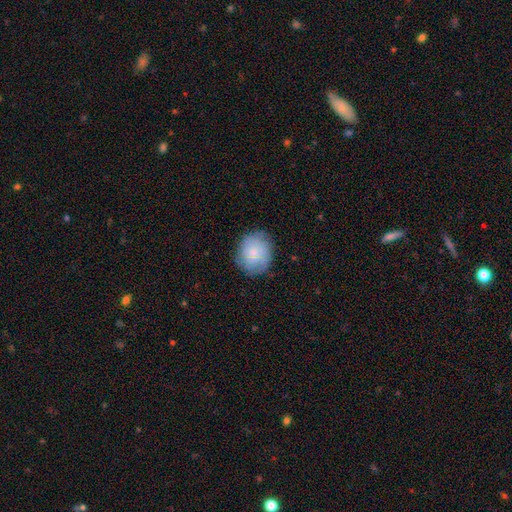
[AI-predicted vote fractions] Smooth or featured? smooth (72%)
How rounded? round (68%)
Merging? none (77%)